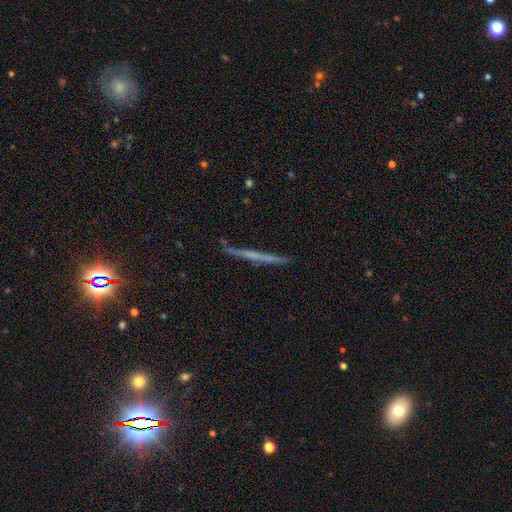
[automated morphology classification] featured or disk 58%, smooth 33%, star or artifact 9%. Down the decision tree: edge-on disk — yes (96%); edge-on bulge — none (79%); merging — none (84%).